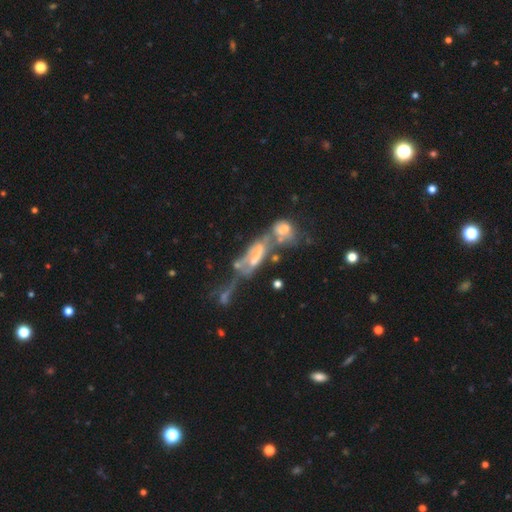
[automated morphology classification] A featured or disk galaxy (57%).

Vote fractions:
- Smooth or featured? featured or disk: 57% / smooth: 31% / star or artifact: 13%
- Edge-on disk? no: 85% / yes: 15%
- Merging? merger: 60% / major disturbance: 20% / none: 12% / minor disturbance: 8%